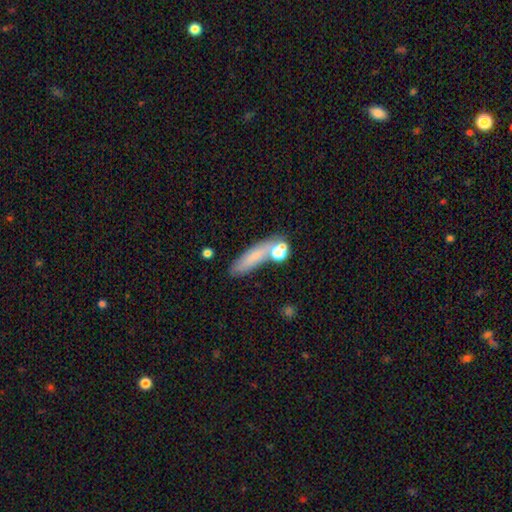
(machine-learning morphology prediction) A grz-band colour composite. It shows a smooth galaxy with no disk features (69%) that is cigar-shaped (64%). Merging: none (65%).